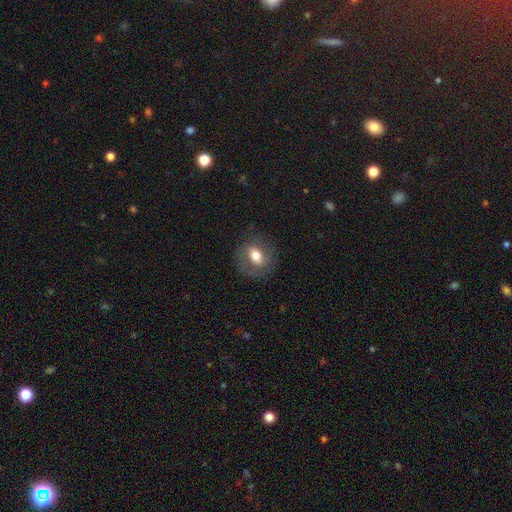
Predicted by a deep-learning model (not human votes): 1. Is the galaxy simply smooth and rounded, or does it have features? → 55% smooth, 37% featured or disk, 9% star or artifact.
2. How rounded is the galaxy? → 52% in between, 46% round, 2% cigar-shaped.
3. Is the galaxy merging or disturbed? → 75% none, 15% minor disturbance, 8% major disturbance, 1% merger.